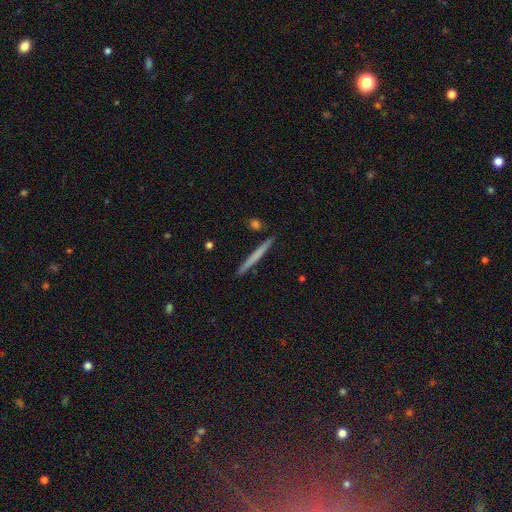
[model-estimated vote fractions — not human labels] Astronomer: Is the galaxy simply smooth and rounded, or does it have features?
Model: smooth — 56% (runner-up: featured or disk, 38%).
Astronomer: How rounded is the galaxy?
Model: cigar-shaped — 97%.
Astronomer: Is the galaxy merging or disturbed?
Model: none — 91%.